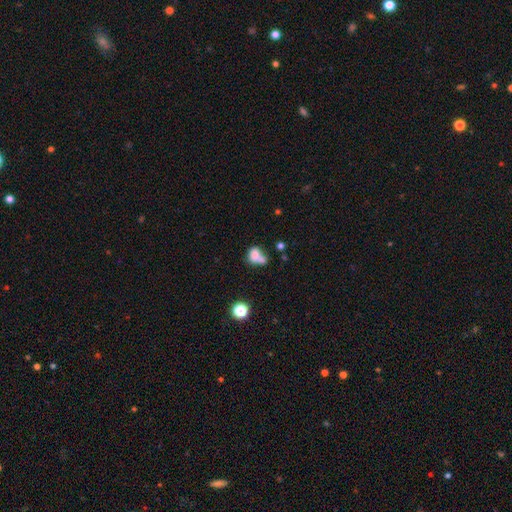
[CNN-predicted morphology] smooth 69%, featured or disk 18%, star or artifact 13%. Down the decision tree: how rounded — in between (61%); merging — merger (48%).